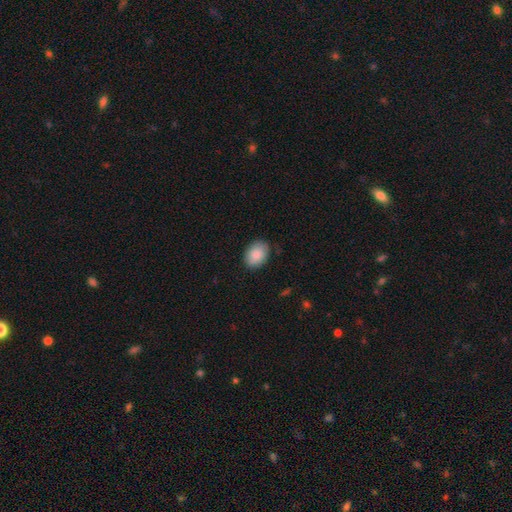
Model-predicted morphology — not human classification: A smooth galaxy with no disk features (88%) that is in between round and cigar-shaped (74%).

Vote fractions:
- Smooth or featured? smooth: 88% / star or artifact: 6% / featured or disk: 6%
- How rounded? in between: 74% / round: 25% / cigar-shaped: 1%
- Merging? none: 82% / minor disturbance: 14% / major disturbance: 3% / merger: 1%